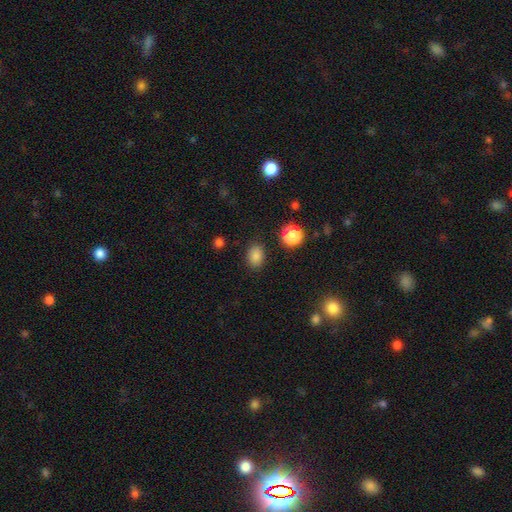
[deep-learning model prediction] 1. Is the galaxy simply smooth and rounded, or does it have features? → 83% smooth, 12% star or artifact, 5% featured or disk.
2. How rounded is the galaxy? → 74% in between, 25% round, 1% cigar-shaped.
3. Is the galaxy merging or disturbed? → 85% none, 10% minor disturbance, 3% major disturbance, 2% merger.